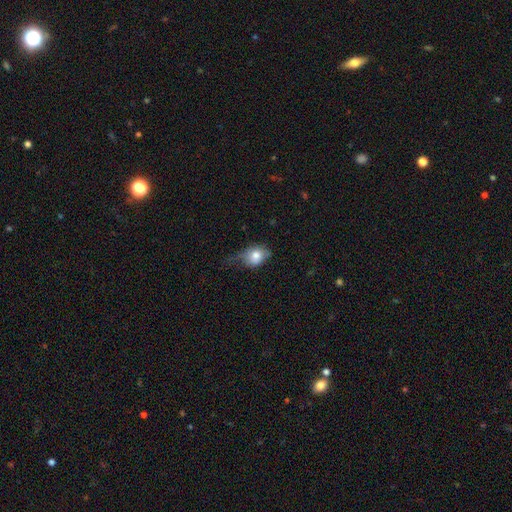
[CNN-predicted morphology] Smooth or featured? Predicted: smooth (p=0.73). How rounded? Predicted: in between (p=0.57). Merging? Predicted: minor disturbance (p=0.35).